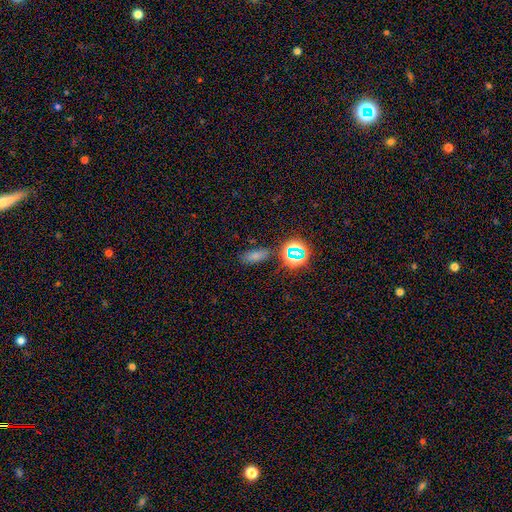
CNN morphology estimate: type=smooth (65%); roundness=in between (75%); merging=none (76%).